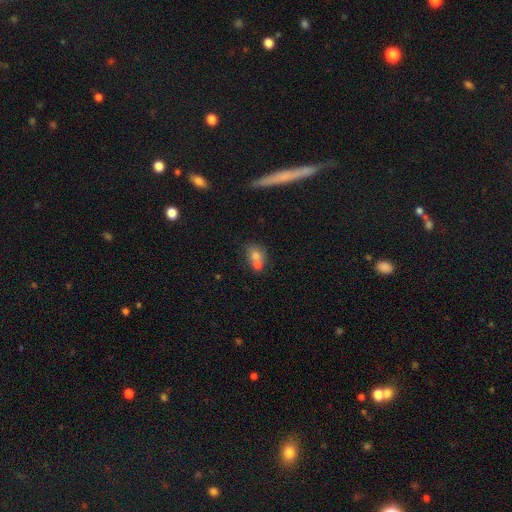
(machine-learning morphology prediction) This is likely a smooth galaxy (70%). How rounded: possibly round (55%). Merging: possibly merger (52%).